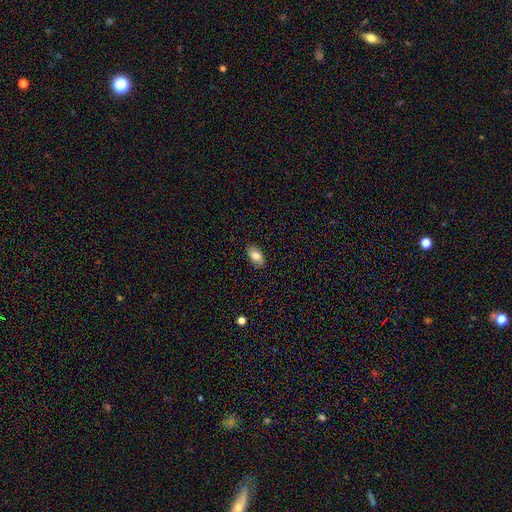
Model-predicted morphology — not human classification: The model was most divided on "smooth or featured": smooth: 80%, featured or disk: 12%, star or artifact: 8%. More confident: how rounded — in between (92%); merging — none (86%).